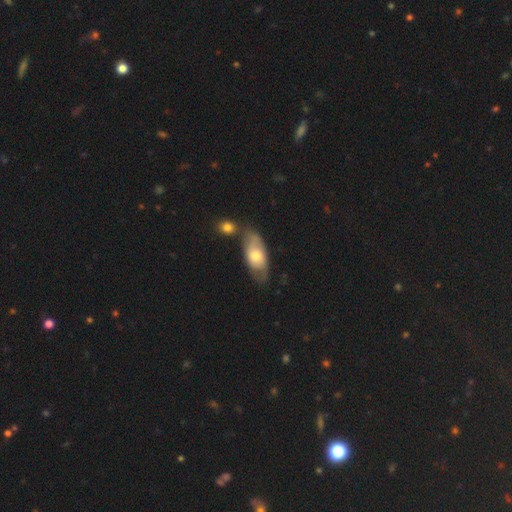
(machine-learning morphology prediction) Smooth or featured?
  - smooth: 56% *
  - featured or disk: 38%
  - star or artifact: 6%
How rounded?
  - in between: 86% *
  - cigar-shaped: 10%
  - round: 3%
Merging?
  - none: 52% *
  - minor disturbance: 22%
  - merger: 18%
  - major disturbance: 7%